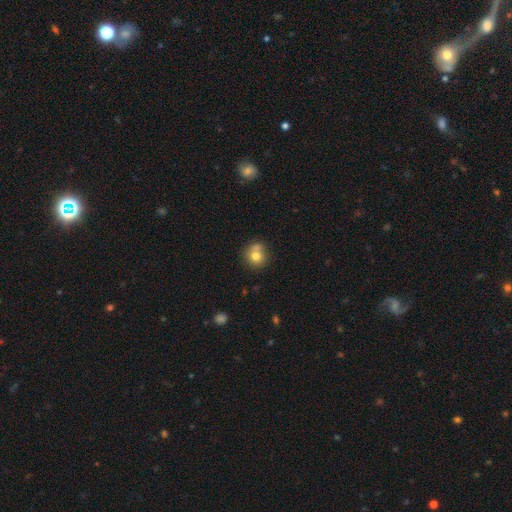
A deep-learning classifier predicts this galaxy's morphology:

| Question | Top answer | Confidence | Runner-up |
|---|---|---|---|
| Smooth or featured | smooth | 75% | featured or disk (14%) |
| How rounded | round | 85% | in between (14%) |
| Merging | none | 56% | merger (23%) |